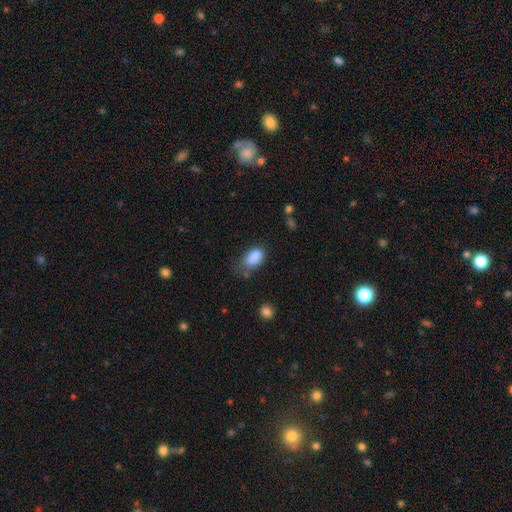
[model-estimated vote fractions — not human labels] Overall: smooth (86%). How rounded: in between (91%). Merging: none (52%; minor disturbance 32%).